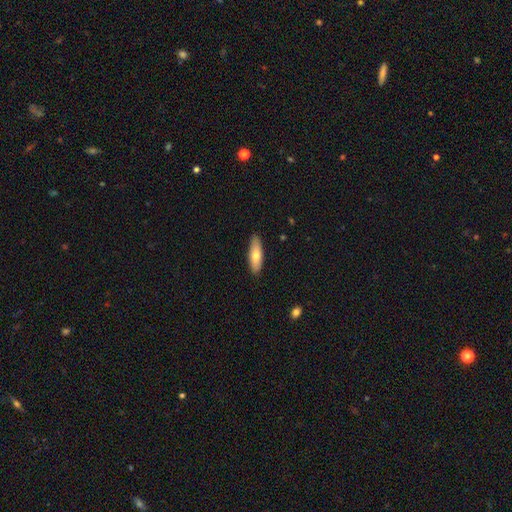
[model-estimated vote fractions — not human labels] smooth_or_featured: smooth (p=0.69) [alt: featured or disk p=0.25]
how_rounded: in between (p=0.53) [alt: cigar-shaped p=0.44]
merging: none (p=0.88) [alt: minor disturbance p=0.09]